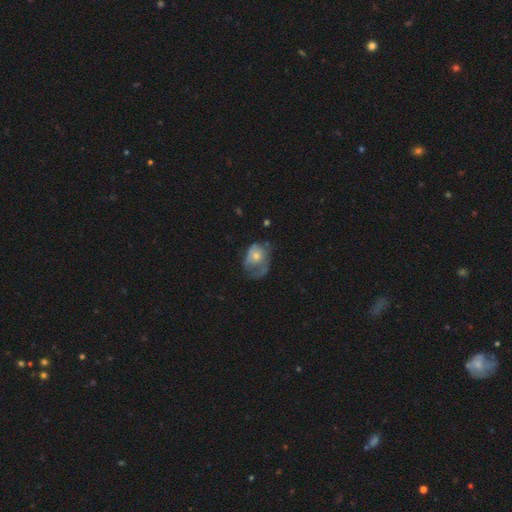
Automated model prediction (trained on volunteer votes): smooth_or_featured: smooth (p=0.49) [alt: featured or disk p=0.42]
merging: major disturbance (p=0.42) [alt: minor disturbance p=0.29]